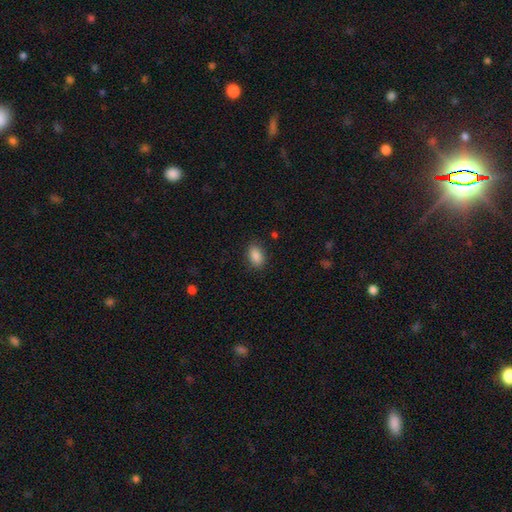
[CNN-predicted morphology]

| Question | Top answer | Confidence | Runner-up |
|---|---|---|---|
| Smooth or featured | smooth | 89% | star or artifact (8%) |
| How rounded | in between | 88% | round (11%) |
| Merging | none | 86% | minor disturbance (10%) |